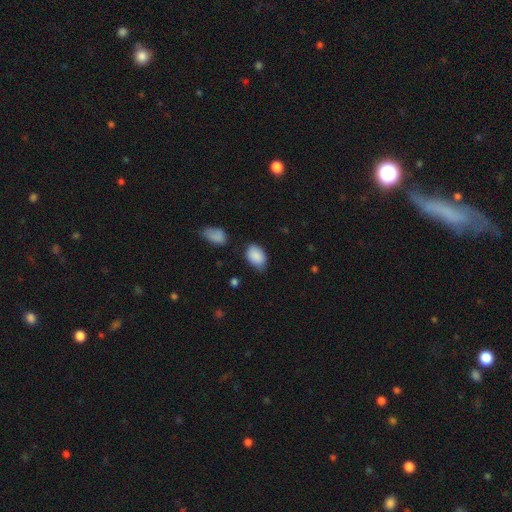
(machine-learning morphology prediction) type=smooth (89%); roundness=in between (88%); merging=none (67%).